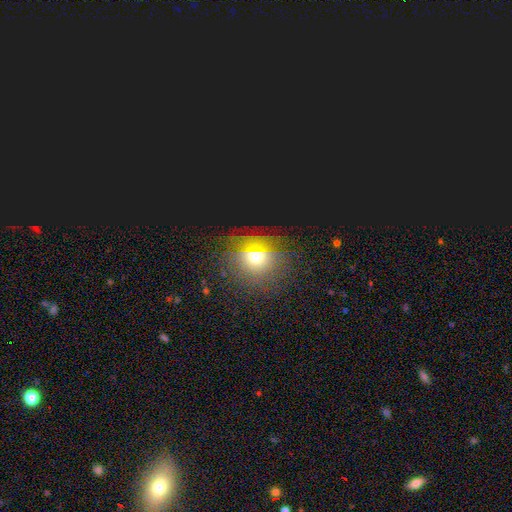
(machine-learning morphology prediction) Q: Smooth or featured?
A: smooth (49%); runner-up: star or artifact (32%)
Q: Merging?
A: none (80%); runner-up: minor disturbance (11%)